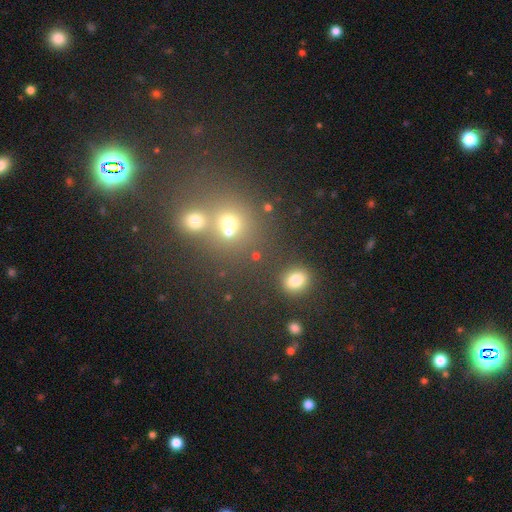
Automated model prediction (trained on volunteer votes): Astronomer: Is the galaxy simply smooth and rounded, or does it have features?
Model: smooth — 65%.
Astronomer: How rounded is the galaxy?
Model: round — 73%.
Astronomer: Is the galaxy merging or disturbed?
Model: none — 70%.